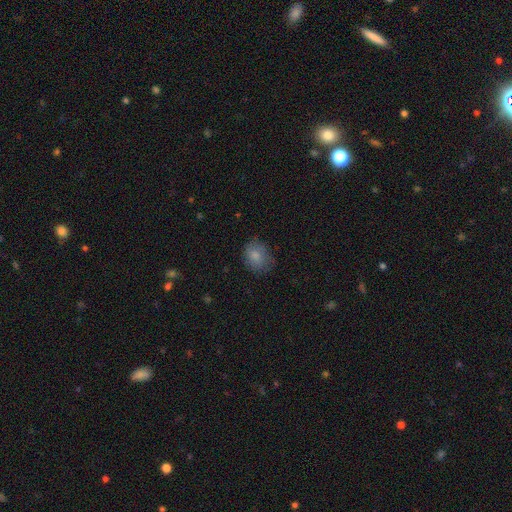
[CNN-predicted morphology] smooth-or-featured: smooth: 82% | featured or disk: 9% | star or artifact: 8%
  how-rounded: in between: 54% | round: 45% | cigar-shaped: 1%
  merging: none: 70% | minor disturbance: 22% | major disturbance: 7% | merger: 1%